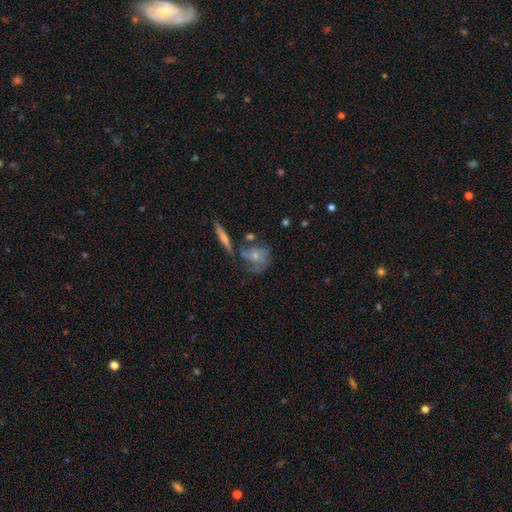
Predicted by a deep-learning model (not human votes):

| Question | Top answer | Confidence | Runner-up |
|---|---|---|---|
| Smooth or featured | smooth | 46% | tied: featured or disk (46%) |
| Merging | none | 41% | minor disturbance (23%) |